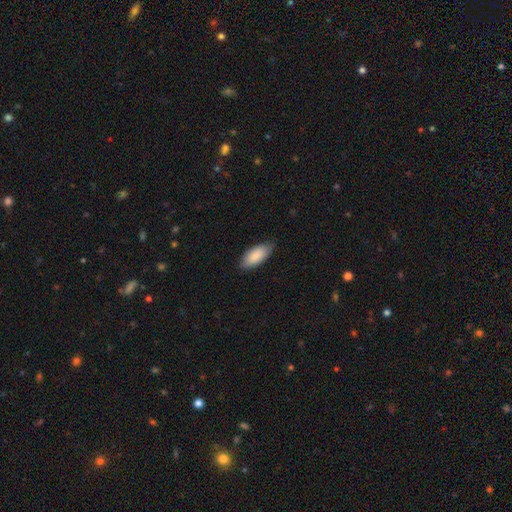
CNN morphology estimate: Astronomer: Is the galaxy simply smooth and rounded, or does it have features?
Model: smooth — 88%.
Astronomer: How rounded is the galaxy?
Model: in between — 89%.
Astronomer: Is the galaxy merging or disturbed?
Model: none — 80%.